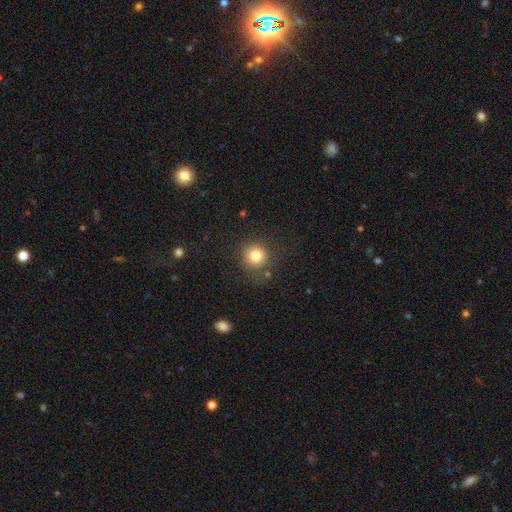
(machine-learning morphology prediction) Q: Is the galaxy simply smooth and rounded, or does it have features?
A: smooth — 81%.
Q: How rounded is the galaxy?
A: round — 93%.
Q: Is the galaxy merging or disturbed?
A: none — 81%.